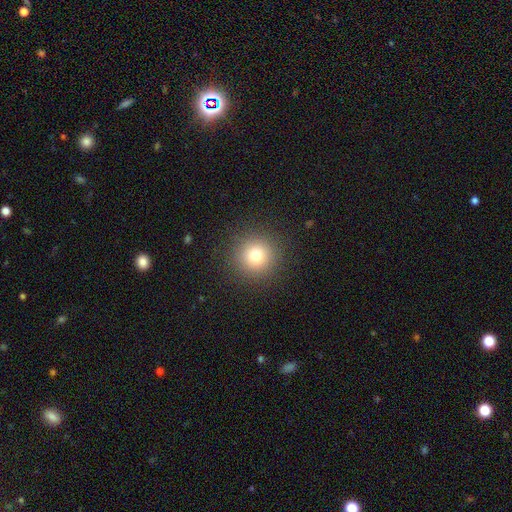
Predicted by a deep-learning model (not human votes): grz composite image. It shows a smooth galaxy with no disk features (76%) that is round (96%). Merging: none (91%).